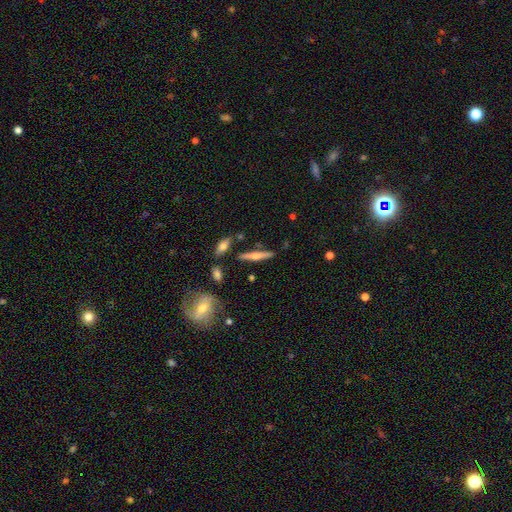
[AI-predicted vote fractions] Q: Smooth or featured?
A: featured or disk (51%); runner-up: smooth (42%)
Q: Edge-on disk?
A: yes (95%); runner-up: no (5%)
Q: Merging?
A: none (82%); runner-up: minor disturbance (11%)